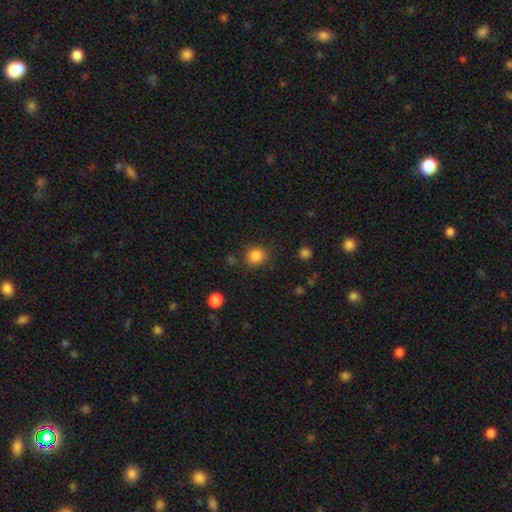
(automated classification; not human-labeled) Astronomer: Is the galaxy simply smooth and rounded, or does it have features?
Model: smooth — 84%.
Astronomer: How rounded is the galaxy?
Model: round — 82%.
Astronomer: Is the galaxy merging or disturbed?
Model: none — 84%.